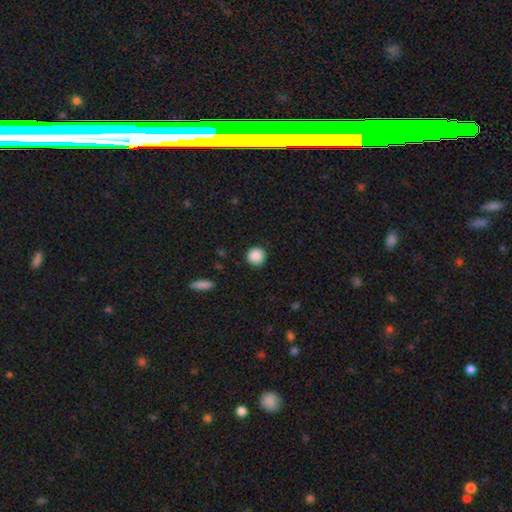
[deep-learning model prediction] Smooth or featured: smooth — 88% (star or artifact — 9%)
How rounded: round — 95% (in between — 4%)
Merging: none — 91% (minor disturbance — 6%)